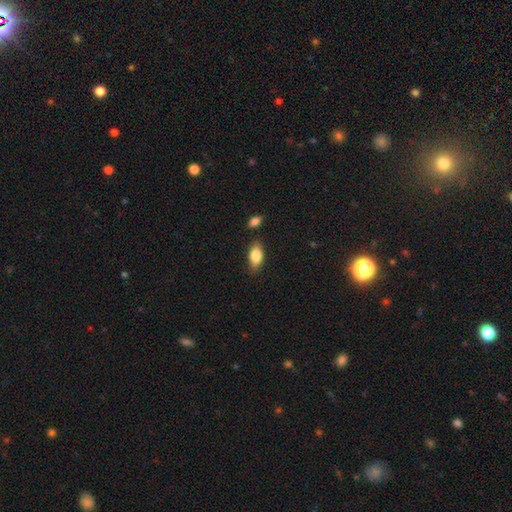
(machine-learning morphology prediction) Q: Smooth or featured?
A: smooth (84%); runner-up: featured or disk (10%)
Q: How rounded?
A: in between (90%); runner-up: cigar-shaped (6%)
Q: Merging?
A: none (82%); runner-up: minor disturbance (12%)